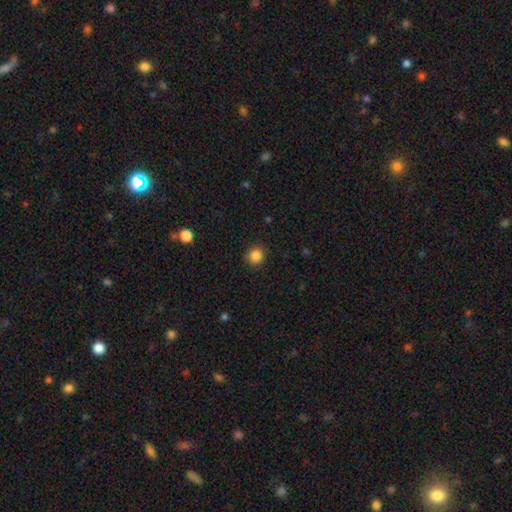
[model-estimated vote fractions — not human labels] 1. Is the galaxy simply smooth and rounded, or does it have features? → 85% smooth, 11% star or artifact, 4% featured or disk.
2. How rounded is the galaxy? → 91% round, 9% in between, 1% cigar-shaped.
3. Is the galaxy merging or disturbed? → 88% none, 9% minor disturbance, 2% major disturbance, 1% merger.